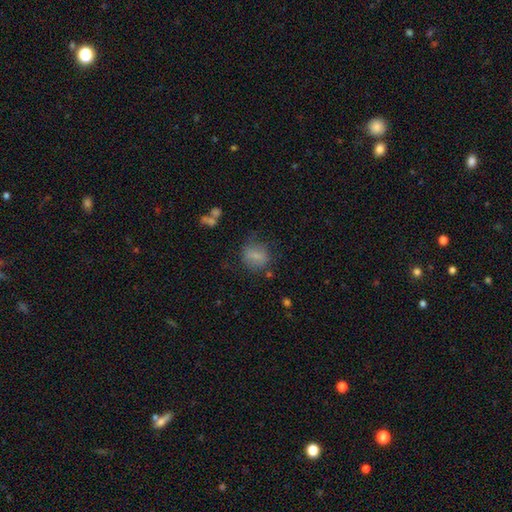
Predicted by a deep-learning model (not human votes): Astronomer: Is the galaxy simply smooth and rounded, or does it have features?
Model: smooth — 71%.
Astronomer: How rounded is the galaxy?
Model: round — 70%.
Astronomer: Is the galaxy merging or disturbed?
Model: none — 68%.